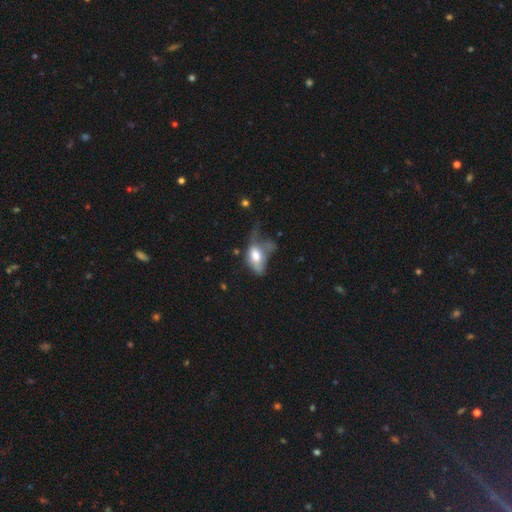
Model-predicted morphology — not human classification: Q: Smooth or featured?
A: smooth (64%); runner-up: featured or disk (27%)
Q: How rounded?
A: in between (87%); runner-up: round (10%)
Q: Merging?
A: major disturbance (49%); runner-up: minor disturbance (24%)